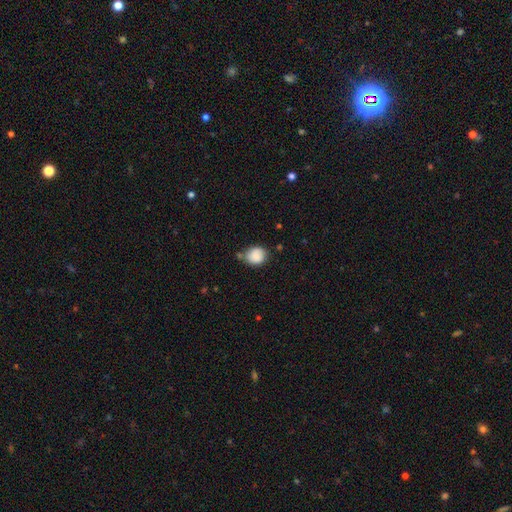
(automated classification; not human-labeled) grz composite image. It shows a smooth galaxy with no disk features (86%) that is round (69%). Merging: none (63%).